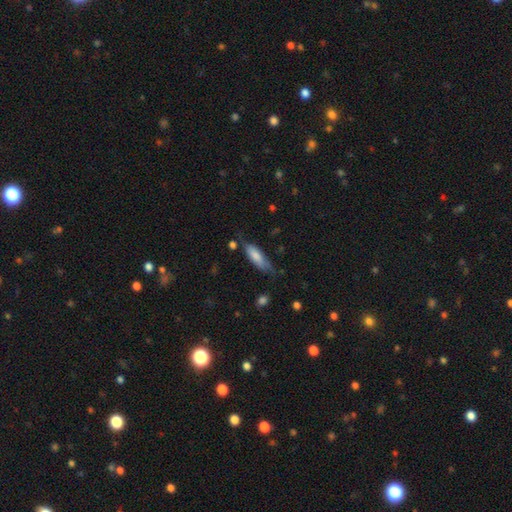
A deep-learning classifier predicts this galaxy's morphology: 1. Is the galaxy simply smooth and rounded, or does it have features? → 74% smooth, 20% featured or disk, 6% star or artifact.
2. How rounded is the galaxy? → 55% in between, 44% cigar-shaped, 2% round.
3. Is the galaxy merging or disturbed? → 52% none, 33% minor disturbance, 10% major disturbance, 4% merger.